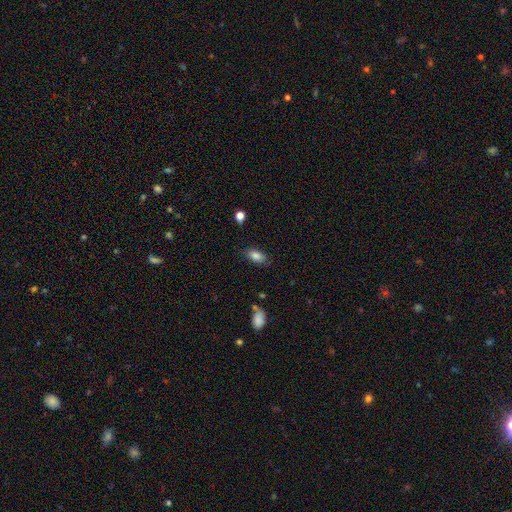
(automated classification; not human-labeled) Overall: smooth (84%). How rounded: in between (90%). Merging: none (80%).